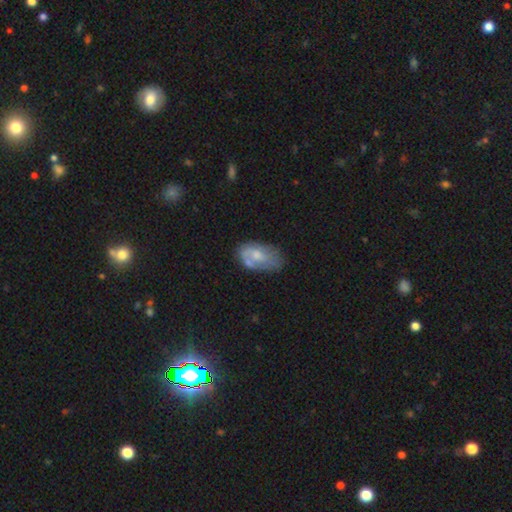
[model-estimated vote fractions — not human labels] smooth_or_featured: smooth (p=0.47) [tied with: featured or disk p=0.47]
merging: none (p=0.52) [alt: minor disturbance p=0.30]